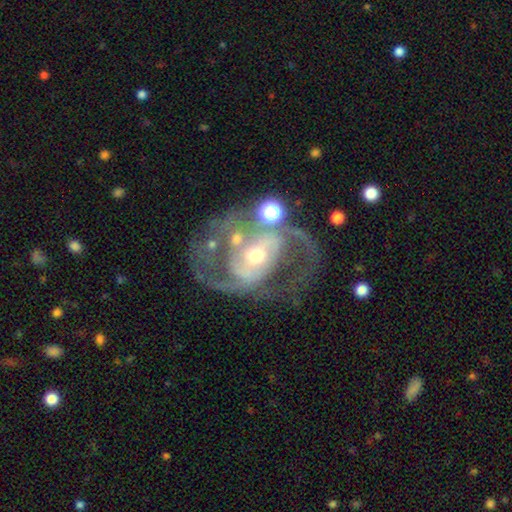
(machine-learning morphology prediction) Smooth or featured?
  - featured or disk: 85% *
  - smooth: 8%
  - star or artifact: 7%
Edge-on disk?
  - no: 97% *
  - yes: 3%
Bar?
  - no: 39% *
  - weak: 35%
  - strong: 26%
Spiral arms?
  - yes: 88% *
  - no: 12%
Spiral winding?
  - medium: 53% *
  - loose: 24%
  - tight: 23%
Spiral arm count?
  - 2: 76% *
  - can't tell: 10%
  - 3: 6%
  - 1: 5%
  - 4: 2%
  - more than 4: 2%
Bulge size?
  - moderate: 57% *
  - small: 35%
  - large: 5%
  - none: 1%
  - dominant: 1%
Merging?
  - none: 47% *
  - major disturbance: 22%
  - minor disturbance: 17%
  - merger: 14%